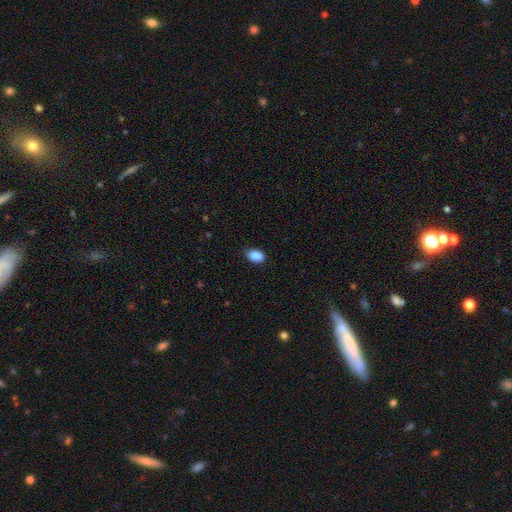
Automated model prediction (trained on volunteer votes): A smooth galaxy with no disk features (89%) that is in between round and cigar-shaped (81%). Merging: none (85%).